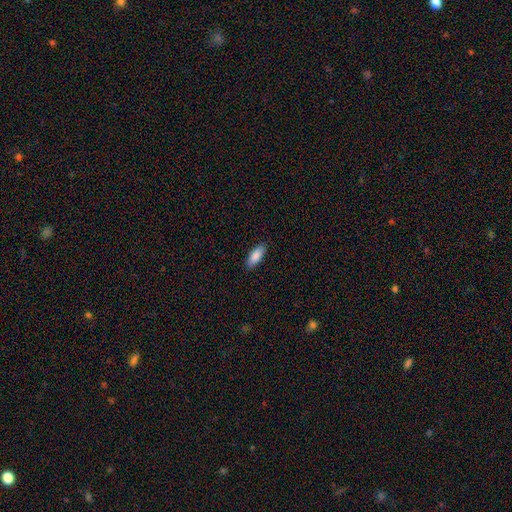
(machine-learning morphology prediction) Overall: smooth (87%). How rounded: in between (76%). Merging: none (88%).